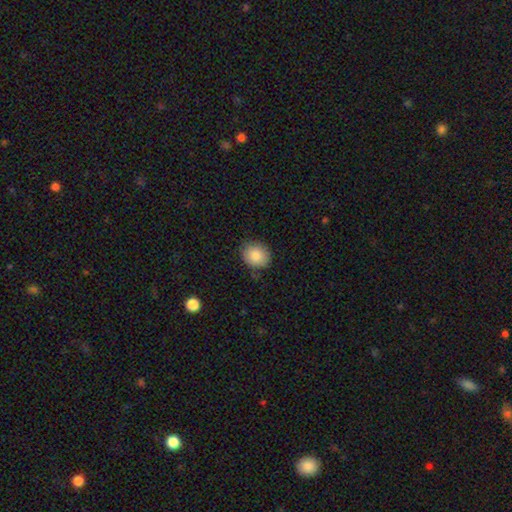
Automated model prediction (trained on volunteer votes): smooth-or-featured: smooth: 86% | star or artifact: 8% | featured or disk: 6%
  how-rounded: round: 69% | in between: 30% | cigar-shaped: 1%
  merging: none: 79% | minor disturbance: 16% | major disturbance: 3% | merger: 1%